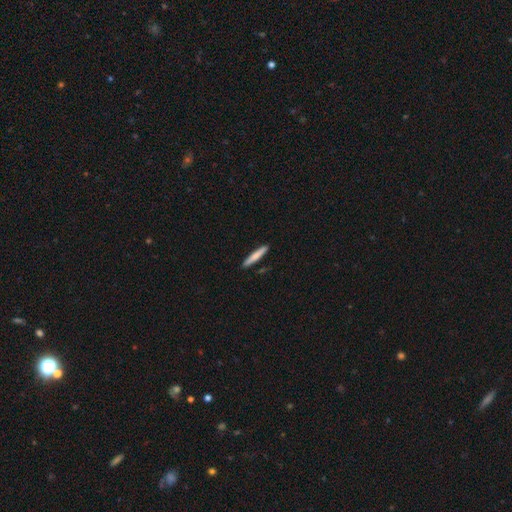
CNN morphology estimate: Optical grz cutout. It shows a smooth galaxy with no disk features (74%) that is cigar-shaped (94%). Merging: none (90%).